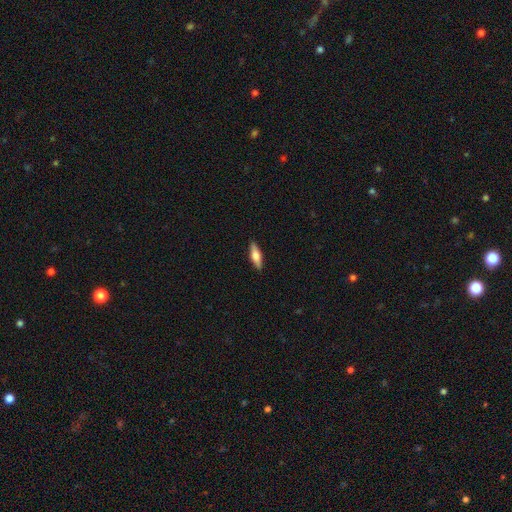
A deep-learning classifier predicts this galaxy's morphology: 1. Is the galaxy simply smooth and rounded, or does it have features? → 61% smooth, 33% featured or disk, 6% star or artifact.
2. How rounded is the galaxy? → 50% in between, 47% cigar-shaped, 3% round.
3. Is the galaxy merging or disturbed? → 90% none, 8% minor disturbance, 2% major disturbance, 1% merger.